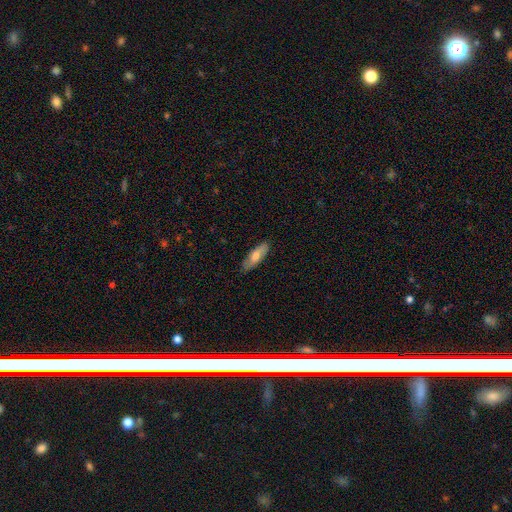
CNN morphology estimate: A smooth galaxy with no disk features (67%) that is in between round and cigar-shaped (53%).

Vote fractions:
- Smooth or featured? smooth: 67% / featured or disk: 28% / star or artifact: 6%
- How rounded? in between: 53% / cigar-shaped: 45% / round: 2%
- Merging? none: 86% / minor disturbance: 11% / major disturbance: 2% / merger: 1%